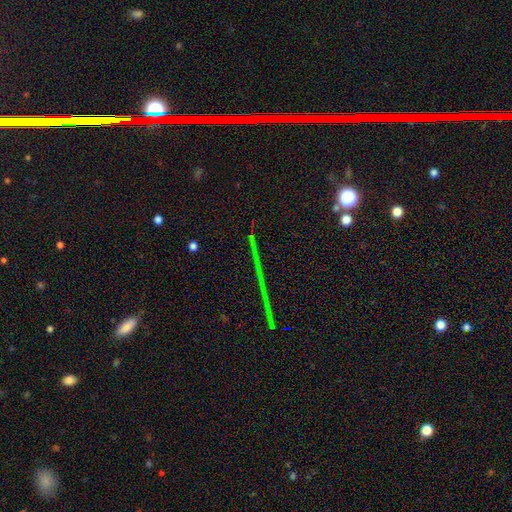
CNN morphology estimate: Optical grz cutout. It shows a star or artifact, not a galaxy (78%).